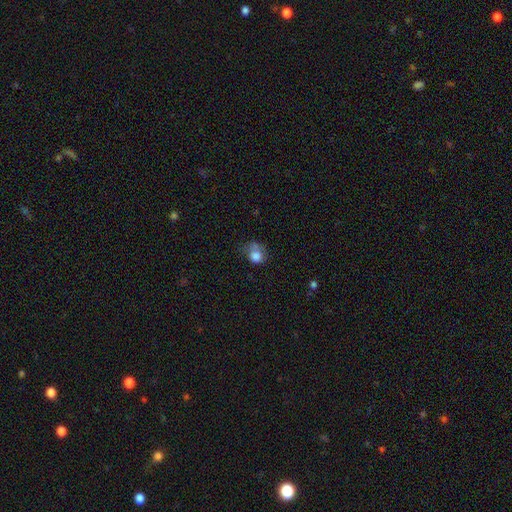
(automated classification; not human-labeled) Overall: smooth (78%). How rounded: round (65%; in between 34%). Merging: none (33%; minor disturbance 27%).